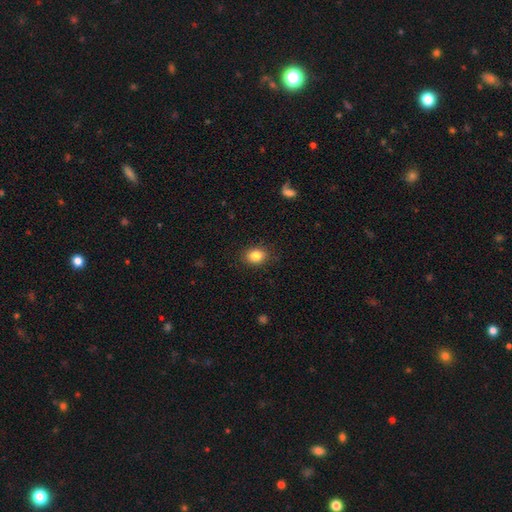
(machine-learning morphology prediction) This is clearly a smooth galaxy (85%). How rounded: possibly in between (54%). Merging: clearly none (88%).